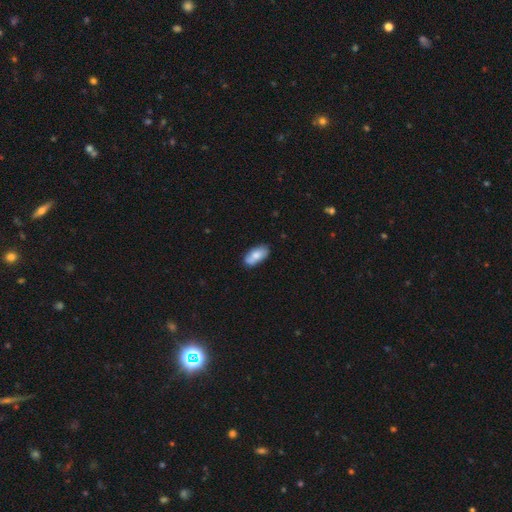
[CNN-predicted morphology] The model was most divided on "merging": none: 72%, minor disturbance: 20%, merger: 5%, major disturbance: 3%. More confident: how rounded — in between (91%); smooth or featured — smooth (78%).